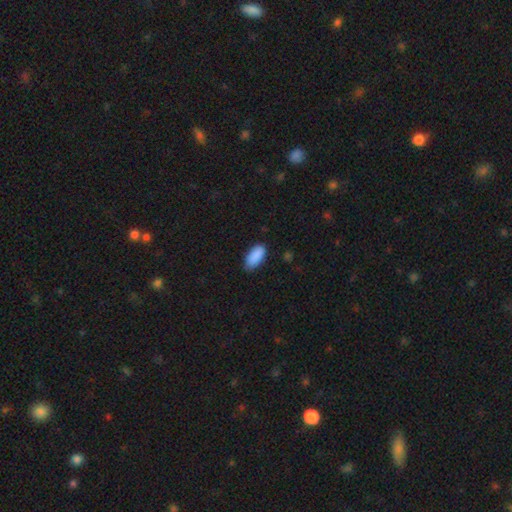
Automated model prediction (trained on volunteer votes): smooth_or_featured: smooth (p=0.90) [alt: star or artifact p=0.06]
how_rounded: in between (p=0.92) [alt: cigar-shaped p=0.06]
merging: none (p=0.81) [alt: minor disturbance p=0.16]